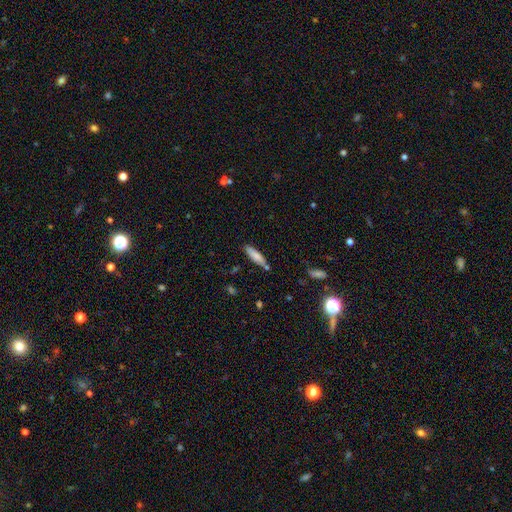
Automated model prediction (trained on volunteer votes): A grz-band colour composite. It shows a smooth galaxy with no disk features (78%) that is cigar-shaped (70%). Merging: none (76%).